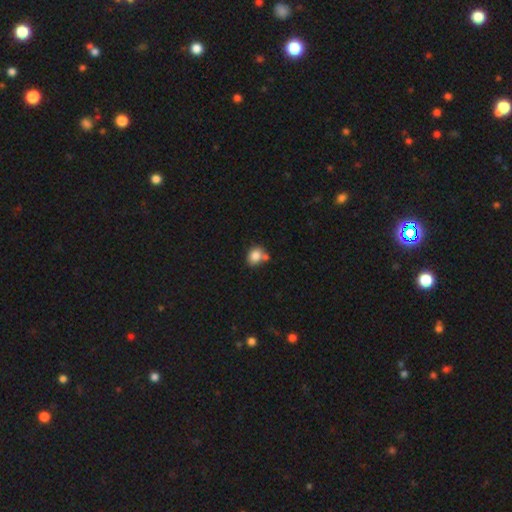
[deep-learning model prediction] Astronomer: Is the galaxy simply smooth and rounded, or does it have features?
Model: smooth — 83%.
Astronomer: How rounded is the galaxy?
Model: round — 52% (runner-up: in between, 47%).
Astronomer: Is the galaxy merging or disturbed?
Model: none — 54%.